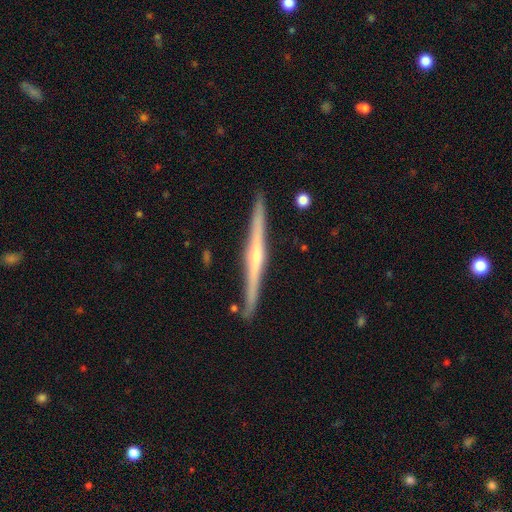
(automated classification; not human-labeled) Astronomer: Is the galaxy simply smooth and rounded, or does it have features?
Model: featured or disk — 79%.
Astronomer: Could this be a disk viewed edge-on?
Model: yes — 98%.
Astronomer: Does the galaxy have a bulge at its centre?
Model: rounded — 71%.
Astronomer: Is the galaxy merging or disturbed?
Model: none — 91%.